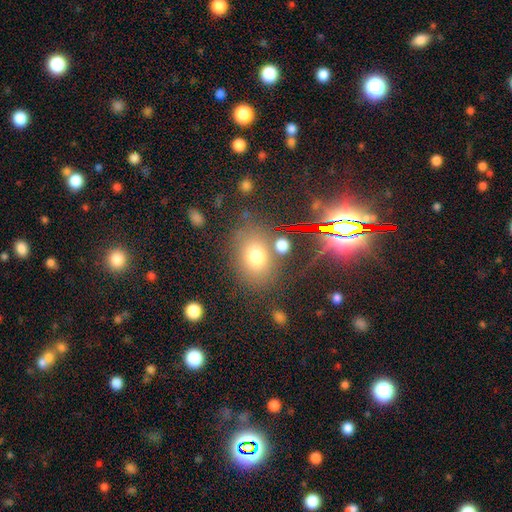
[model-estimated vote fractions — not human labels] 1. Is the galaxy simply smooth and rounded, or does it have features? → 67% smooth, 21% star or artifact, 12% featured or disk.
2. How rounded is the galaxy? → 70% in between, 29% round, 1% cigar-shaped.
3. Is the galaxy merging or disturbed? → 74% none, 13% minor disturbance, 7% merger, 6% major disturbance.